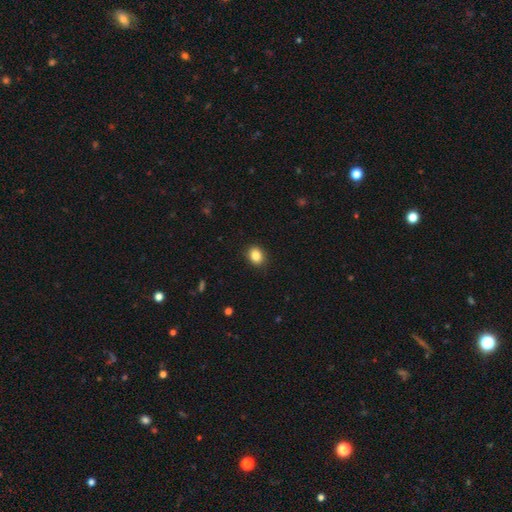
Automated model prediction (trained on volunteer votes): A smooth galaxy with no disk features (86%) that is round (52%). Merging: none (90%).